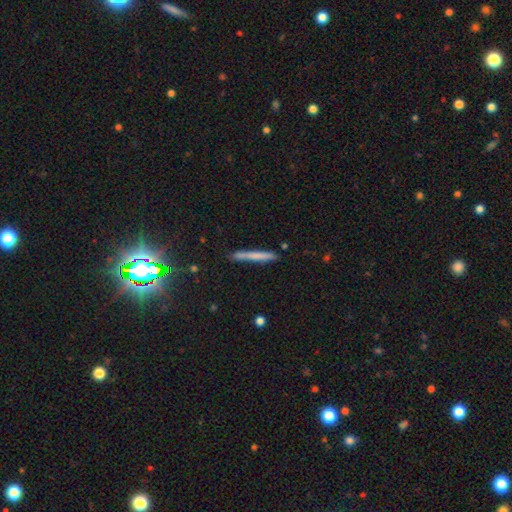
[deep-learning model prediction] Overall: smooth (66%; featured or disk 26%). How rounded: cigar-shaped (96%). Merging: none (84%).